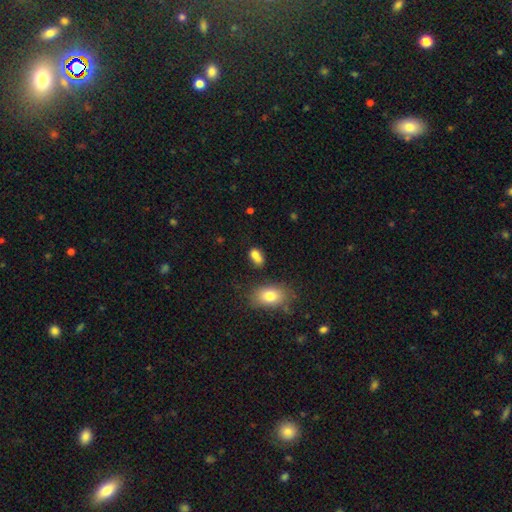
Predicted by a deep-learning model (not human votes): smooth_or_featured: smooth (p=0.78) [alt: star or artifact p=0.12]
how_rounded: in between (p=0.75) [alt: round p=0.23]
merging: none (p=0.43) [alt: merger p=0.34]